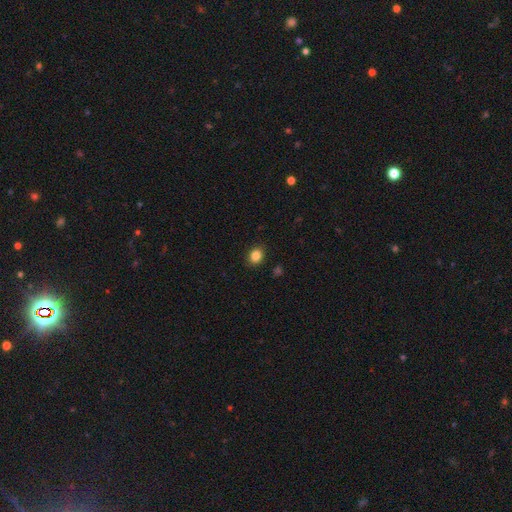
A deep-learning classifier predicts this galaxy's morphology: Smooth or featured? smooth (85%)
How rounded? round (61%)
Merging? none (89%)